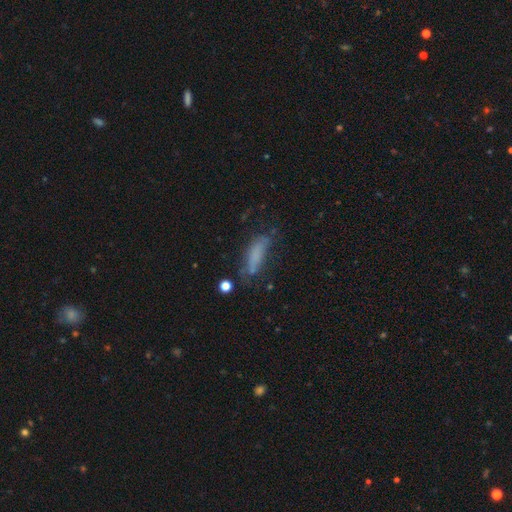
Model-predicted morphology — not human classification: Smooth or featured?
  - smooth: 64% *
  - featured or disk: 22%
  - star or artifact: 14%
How rounded?
  - cigar-shaped: 51% *
  - in between: 47%
  - round: 3%
Merging?
  - none: 46% *
  - minor disturbance: 27%
  - major disturbance: 21%
  - merger: 6%